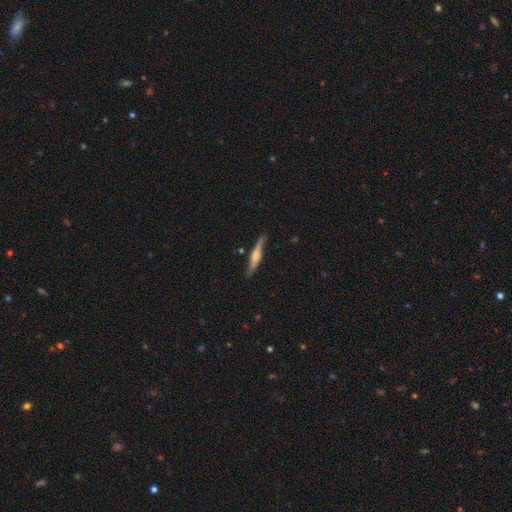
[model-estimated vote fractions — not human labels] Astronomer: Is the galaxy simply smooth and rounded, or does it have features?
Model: featured or disk — 61%.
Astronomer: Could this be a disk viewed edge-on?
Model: yes — 94%.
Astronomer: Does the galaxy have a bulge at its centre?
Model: rounded — 66%.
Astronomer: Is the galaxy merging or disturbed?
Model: none — 82%.